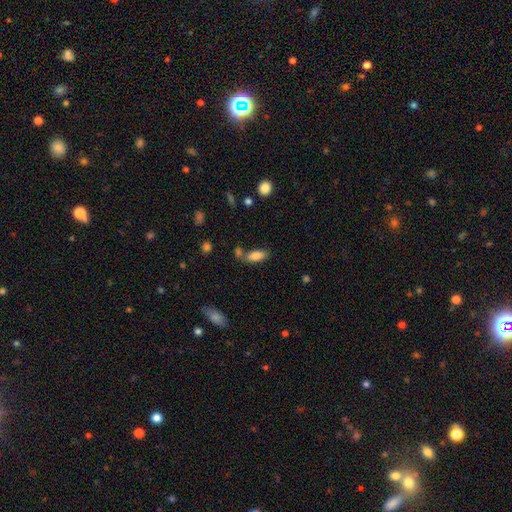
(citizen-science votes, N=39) A smooth galaxy with no disk features (95%) that is in between round and cigar-shaped (78%). Merging: none (77%).